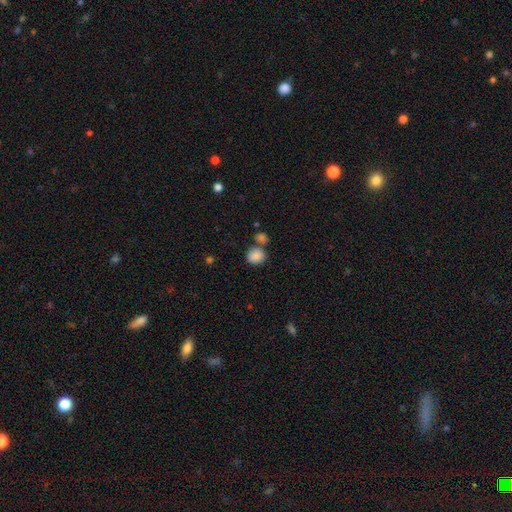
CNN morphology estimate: This appears to be a smooth galaxy with no disk features (87%) that is round (82%). Merging: none (61%).